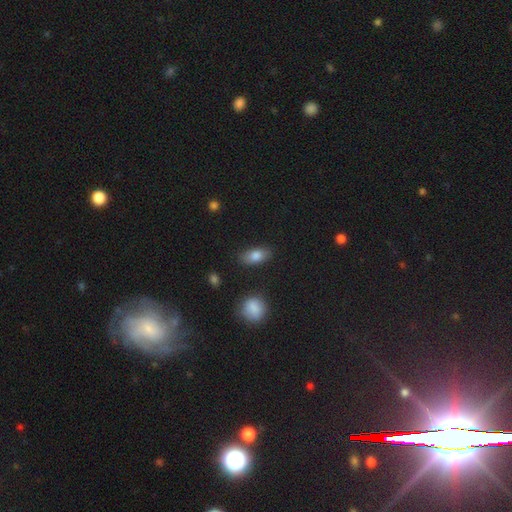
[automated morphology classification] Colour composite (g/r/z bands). It shows a smooth galaxy with no disk features (82%) that is in between round and cigar-shaped (88%). Merging: none (84%).